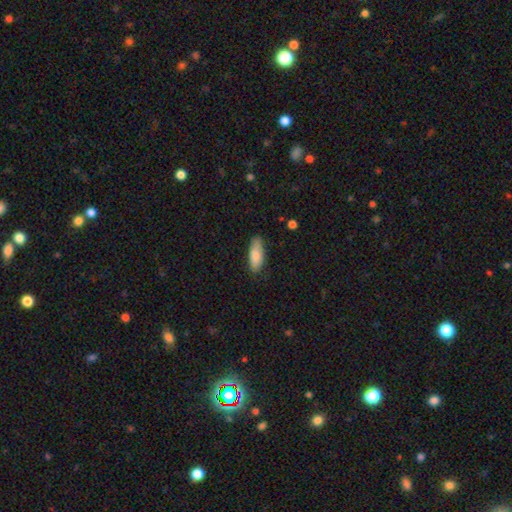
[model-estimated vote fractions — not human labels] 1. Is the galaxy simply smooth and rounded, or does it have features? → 85% smooth, 9% featured or disk, 6% star or artifact.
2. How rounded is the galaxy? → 71% in between, 27% cigar-shaped, 2% round.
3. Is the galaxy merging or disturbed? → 77% none, 18% minor disturbance, 3% major disturbance, 1% merger.